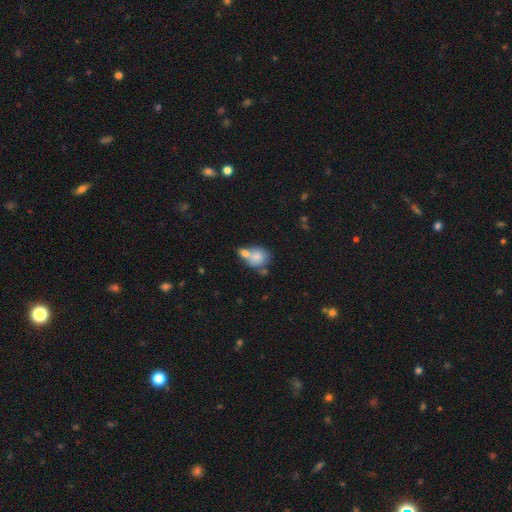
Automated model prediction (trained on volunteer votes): smooth_or_featured: smooth (p=0.76) [alt: featured or disk p=0.16]
how_rounded: round (p=0.54) [alt: in between p=0.45]
merging: merger (p=0.56) [alt: none p=0.26]